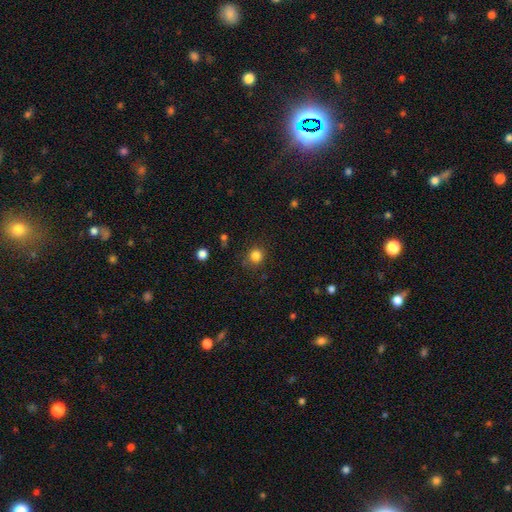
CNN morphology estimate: smooth-or-featured: smooth: 84% | star or artifact: 12% | featured or disk: 4%
  how-rounded: round: 89% | in between: 10% | cigar-shaped: 1%
  merging: none: 83% | minor disturbance: 11% | major disturbance: 4% | merger: 2%